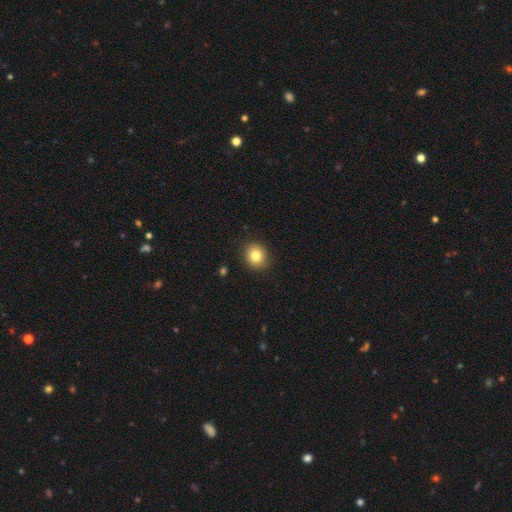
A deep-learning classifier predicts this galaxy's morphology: Smooth or featured?
  - smooth: 82% *
  - star or artifact: 10%
  - featured or disk: 8%
How rounded?
  - round: 77% *
  - in between: 22%
  - cigar-shaped: 1%
Merging?
  - none: 90% *
  - minor disturbance: 7%
  - major disturbance: 2%
  - merger: 1%